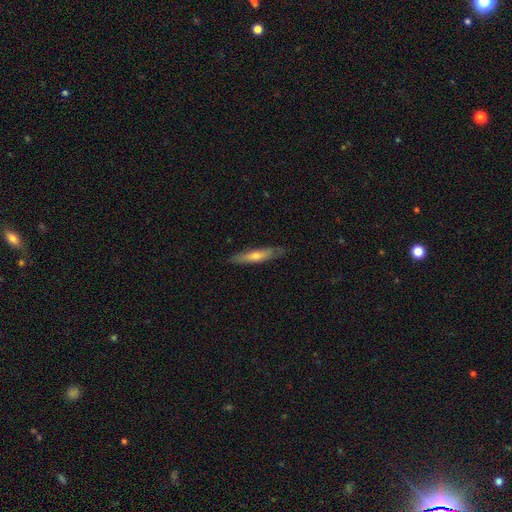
Volunteers were most divided on "edge-on disk": yes: 62%, no: 38%. More confident: edge-on bulge — rounded (100%); smooth or featured — featured or disk (76%); merging — none (76%).